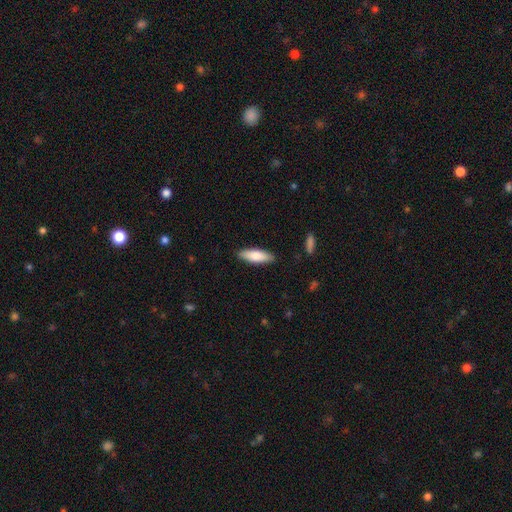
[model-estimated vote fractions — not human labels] This is likely a smooth galaxy (77%). How rounded: possibly in between (51%). Merging: clearly none (88%).